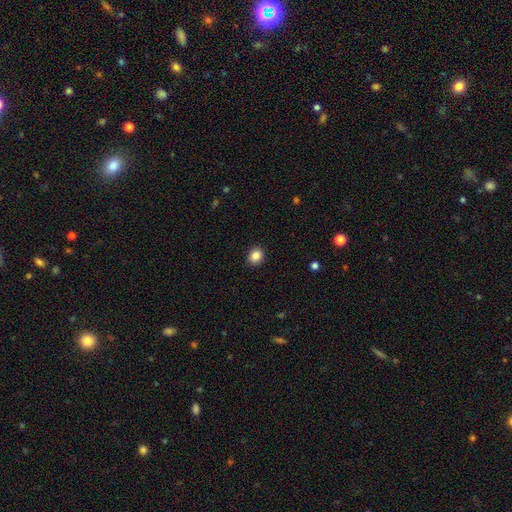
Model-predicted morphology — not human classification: type=smooth (86%); roundness=round (65%); merging=none (90%).